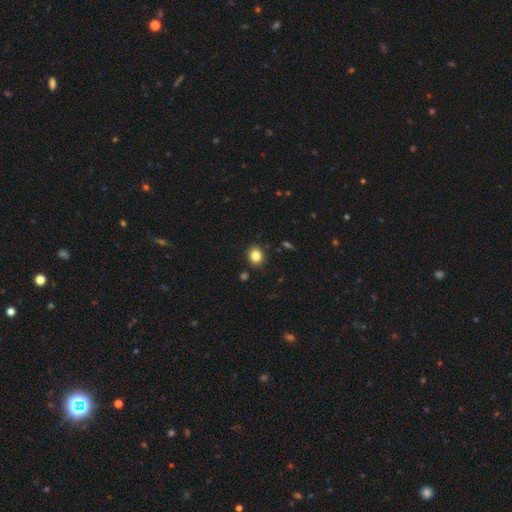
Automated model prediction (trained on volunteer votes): Smooth or featured? smooth (84%)
How rounded? round (59%)
Merging? none (89%)